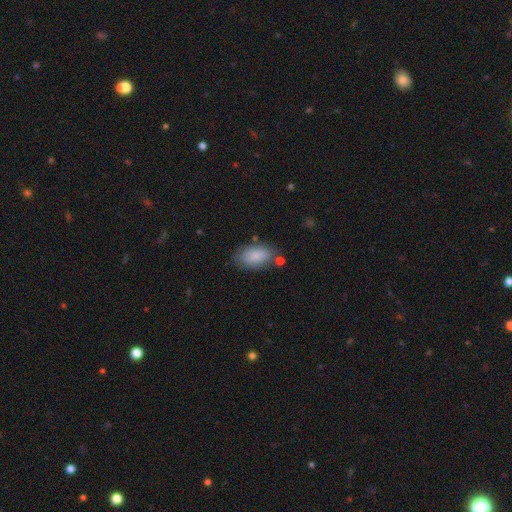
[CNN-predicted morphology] A smooth galaxy with no disk features (87%) that is in between round and cigar-shaped (93%). Merging: none (70%).